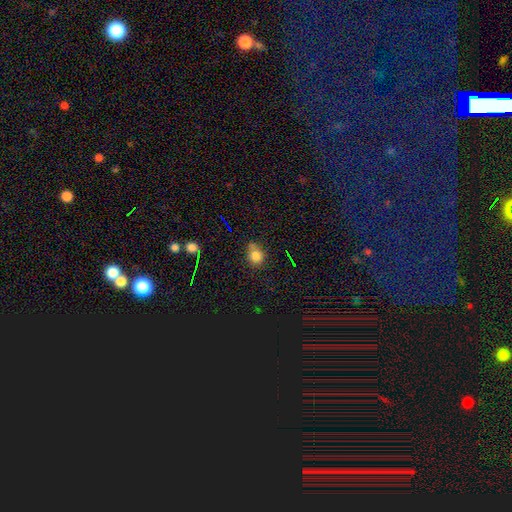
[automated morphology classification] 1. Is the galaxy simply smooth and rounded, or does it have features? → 79% smooth, 14% star or artifact, 7% featured or disk.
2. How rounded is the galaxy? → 72% round, 26% in between, 1% cigar-shaped.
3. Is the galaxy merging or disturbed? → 57% none, 22% minor disturbance, 14% merger, 7% major disturbance.